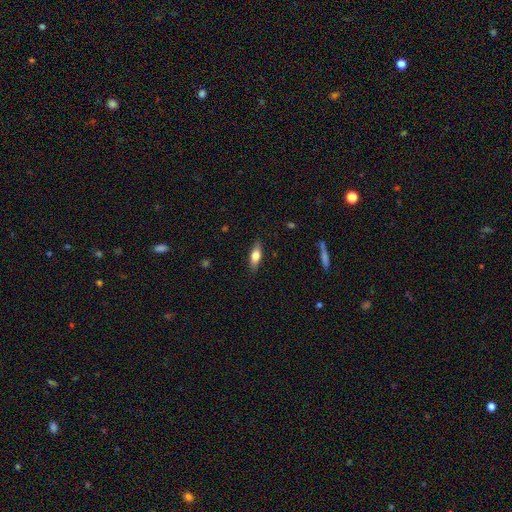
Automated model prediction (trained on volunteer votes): This is likely a smooth galaxy (67%). How rounded: possibly in between (58%). Merging: clearly none (86%).